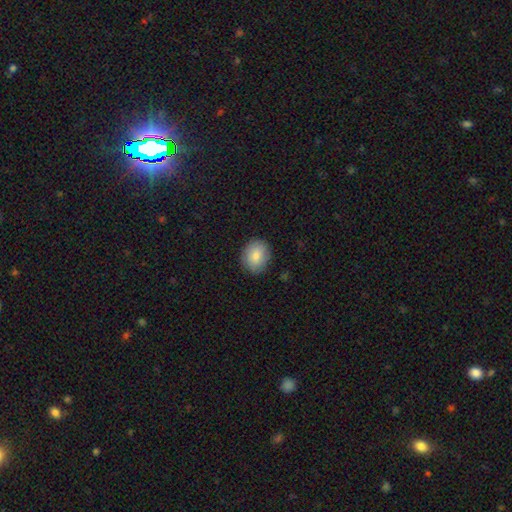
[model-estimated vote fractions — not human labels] Morphology: type=smooth (81%); roundness=round (67%); merging=none (86%).